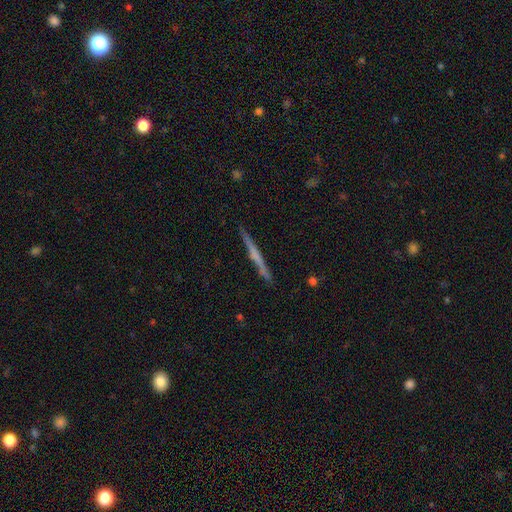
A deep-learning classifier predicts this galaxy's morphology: Smooth or featured: featured or disk — 59% (smooth — 35%)
Edge-on disk: yes — 98% (no — 2%)
Edge-on bulge: none — 64% (rounded — 23%)
Merging: none — 90% (minor disturbance — 7%)